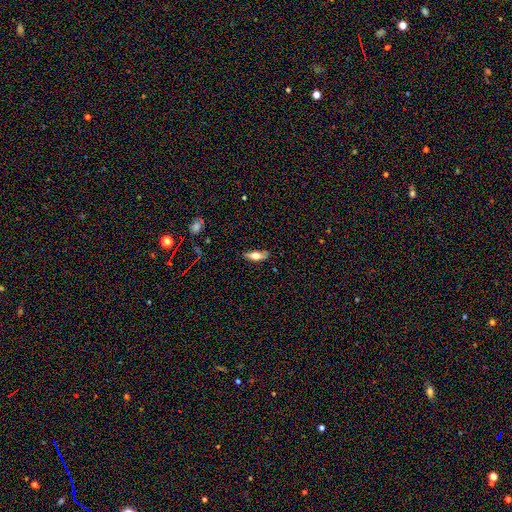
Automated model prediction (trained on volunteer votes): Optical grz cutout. It shows a smooth galaxy with no disk features (60%) that is in between round and cigar-shaped (62%). Merging: none (79%).